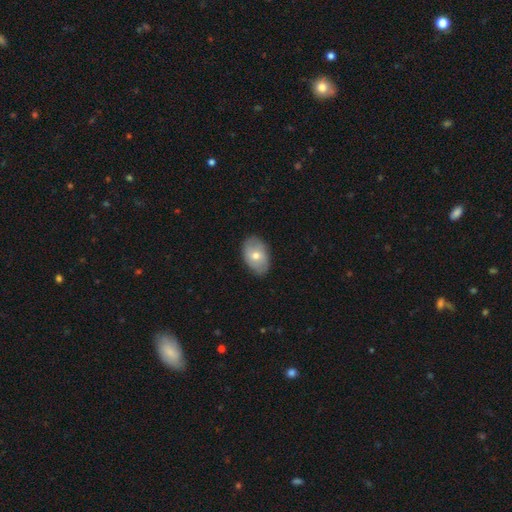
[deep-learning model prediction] smooth_or_featured: smooth (p=0.61) [alt: featured or disk p=0.32]
how_rounded: in between (p=0.86) [alt: round p=0.12]
merging: none (p=0.84) [alt: minor disturbance p=0.12]